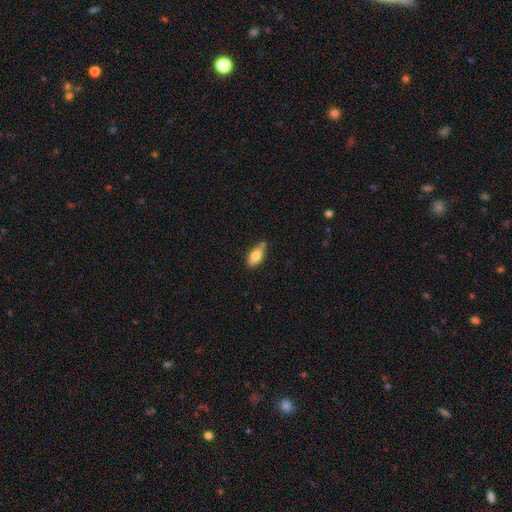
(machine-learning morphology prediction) Smooth or featured: smooth — 72% (featured or disk — 22%)
How rounded: in between — 75% (cigar-shaped — 22%)
Merging: none — 63% (minor disturbance — 29%)